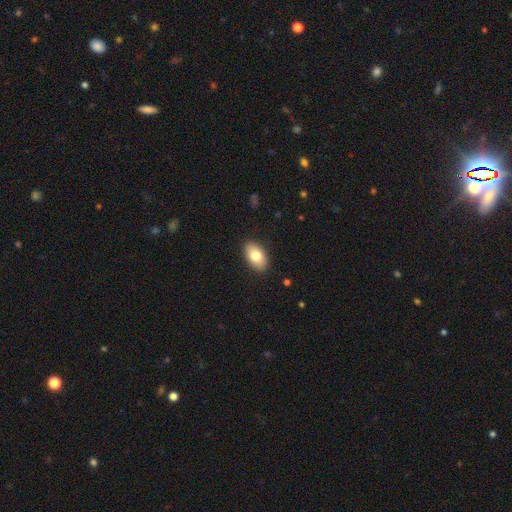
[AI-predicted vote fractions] Smooth or featured?
  - smooth: 79% *
  - featured or disk: 14%
  - star or artifact: 7%
How rounded?
  - in between: 92% *
  - round: 6%
  - cigar-shaped: 1%
Merging?
  - none: 89% *
  - minor disturbance: 8%
  - major disturbance: 2%
  - merger: 1%